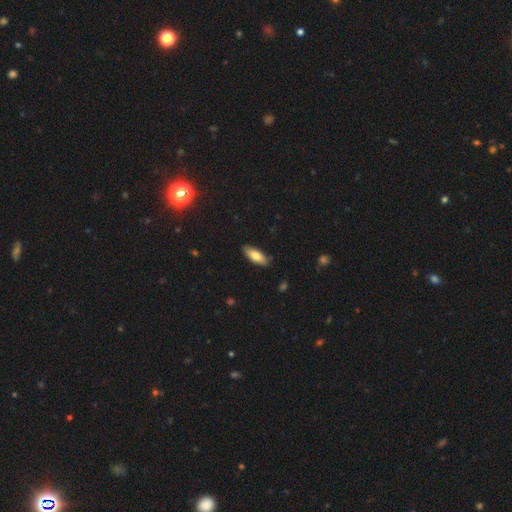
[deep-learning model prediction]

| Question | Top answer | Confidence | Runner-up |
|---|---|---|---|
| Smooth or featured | smooth | 77% | featured or disk (17%) |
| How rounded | in between | 75% | cigar-shaped (23%) |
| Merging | none | 85% | minor disturbance (12%) |